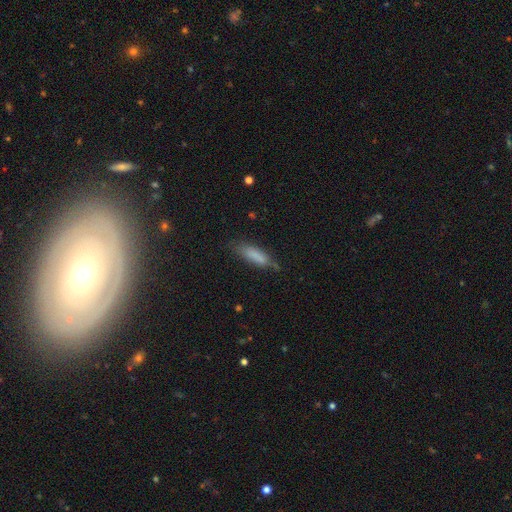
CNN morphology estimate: A smooth galaxy with no disk features (79%) that is cigar-shaped (60%). Merging: none (65%).